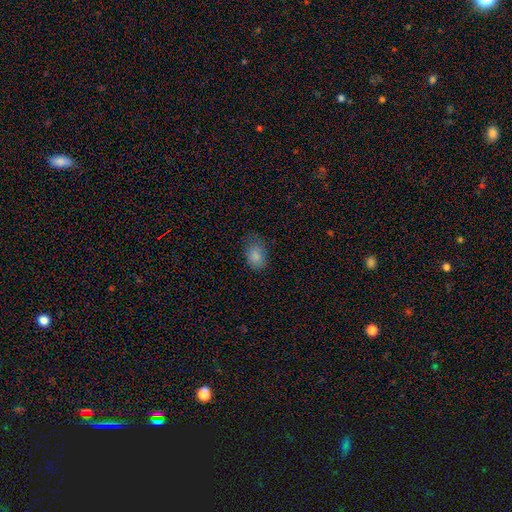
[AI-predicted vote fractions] Smooth or featured?
  - smooth: 85% *
  - star or artifact: 10%
  - featured or disk: 6%
How rounded?
  - in between: 72% *
  - round: 27%
  - cigar-shaped: 1%
Merging?
  - none: 61% *
  - minor disturbance: 29%
  - major disturbance: 9%
  - merger: 1%